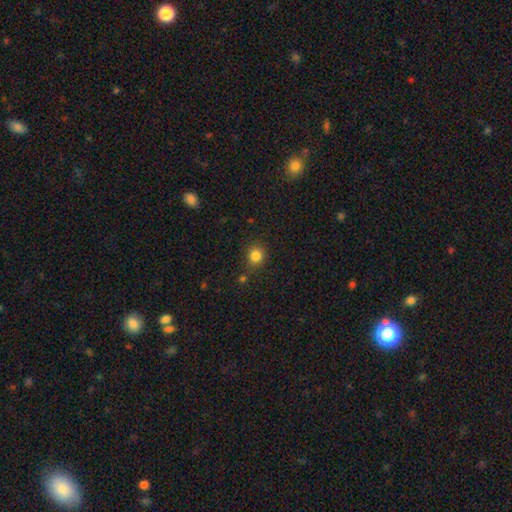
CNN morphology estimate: This is clearly a smooth galaxy (83%). How rounded: clearly round (86%). Merging: likely none (80%).